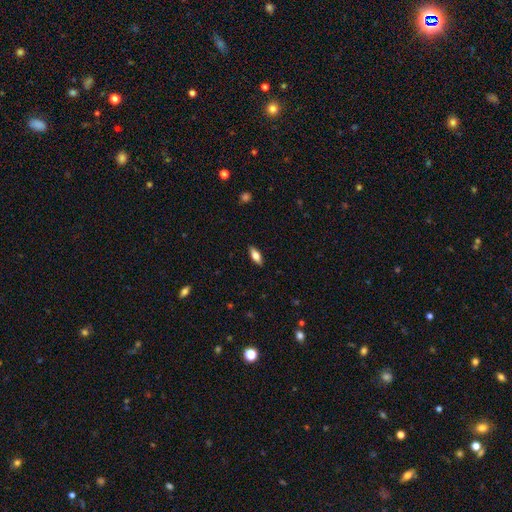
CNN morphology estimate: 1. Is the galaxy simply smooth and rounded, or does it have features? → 71% smooth, 22% featured or disk, 7% star or artifact.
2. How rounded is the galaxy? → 78% in between, 19% cigar-shaped, 3% round.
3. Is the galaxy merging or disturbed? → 88% none, 9% minor disturbance, 2% major disturbance, 1% merger.